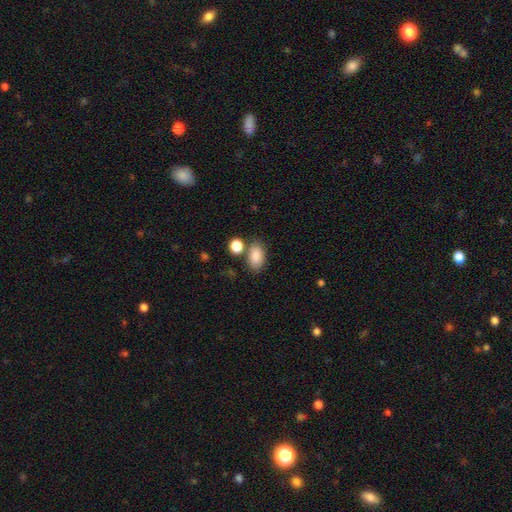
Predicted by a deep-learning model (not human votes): Smooth or featured?
  - smooth: 86% *
  - star or artifact: 8%
  - featured or disk: 6%
How rounded?
  - in between: 88% *
  - round: 11%
  - cigar-shaped: 2%
Merging?
  - none: 68% *
  - merger: 14%
  - minor disturbance: 13%
  - major disturbance: 4%